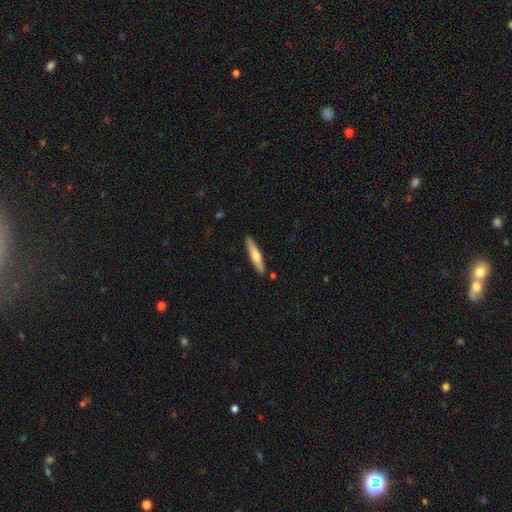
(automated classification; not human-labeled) Morphology: type=smooth (49%); merging=none (88%).